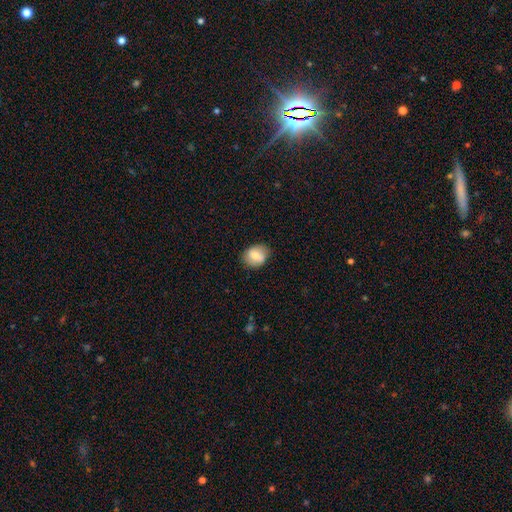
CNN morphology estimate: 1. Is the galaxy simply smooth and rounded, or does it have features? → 72% smooth, 21% featured or disk, 8% star or artifact.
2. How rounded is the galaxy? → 51% round, 48% in between, 1% cigar-shaped.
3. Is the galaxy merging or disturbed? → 80% none, 15% minor disturbance, 3% major disturbance, 2% merger.